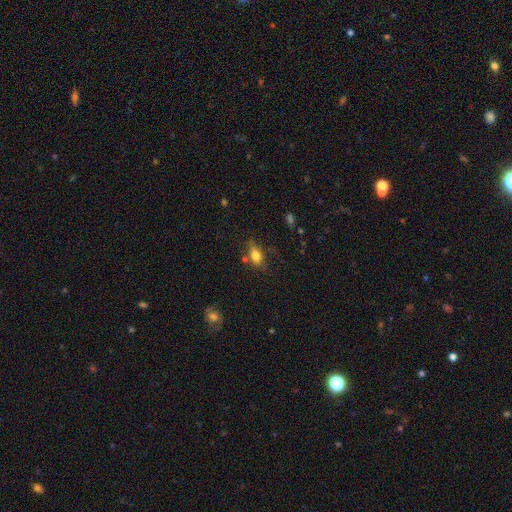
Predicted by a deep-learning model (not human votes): Morphology: type=smooth (75%); roundness=in between (77%); merging=none (57%).